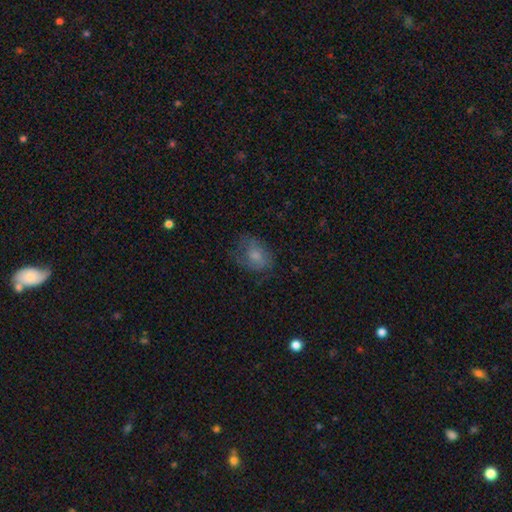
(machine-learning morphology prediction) smooth-or-featured: smooth: 63% | featured or disk: 27% | star or artifact: 10%
  how-rounded: in between: 68% | round: 31% | cigar-shaped: 1%
  merging: none: 52% | minor disturbance: 27% | major disturbance: 19% | merger: 1%